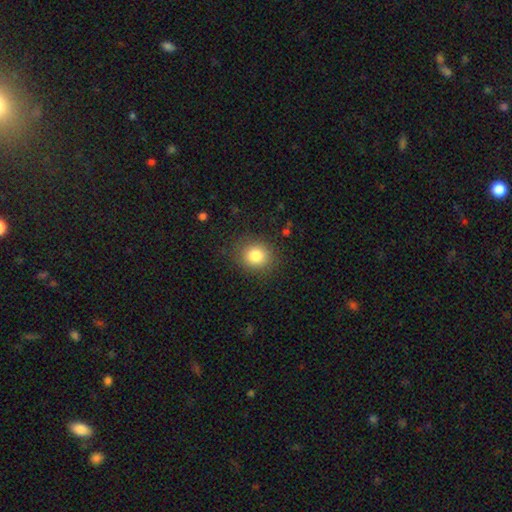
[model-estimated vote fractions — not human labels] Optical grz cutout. It shows a smooth galaxy with no disk features (83%) that is round (79%). Merging: none (86%).